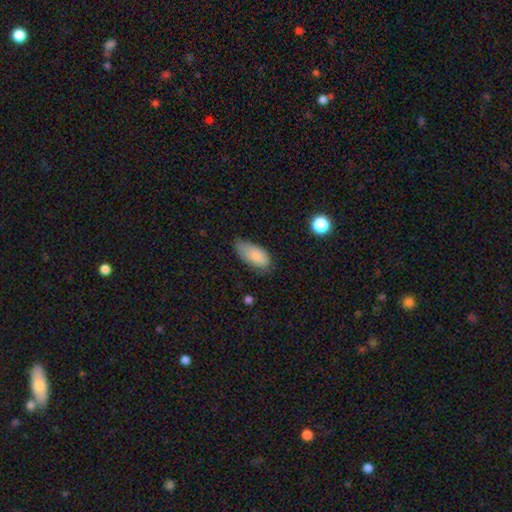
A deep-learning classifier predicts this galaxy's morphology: Overall: smooth (85%). How rounded: in between (91%). Merging: none (50%; minor disturbance 39%).